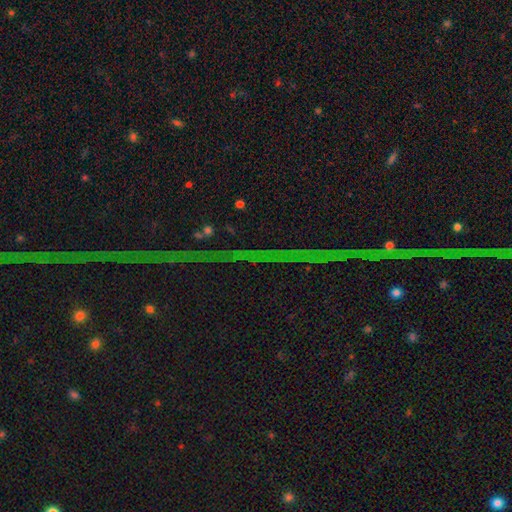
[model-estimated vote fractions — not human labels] This is clearly a star or artifact rather than a galaxy (85%).